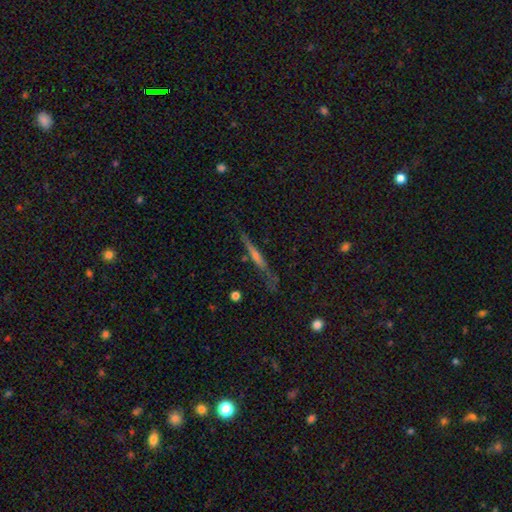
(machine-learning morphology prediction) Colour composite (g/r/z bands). It shows a featured or disk galaxy (70%) viewed edge-on (96%) with a rounded central bulge (61%). Merging: none (79%).